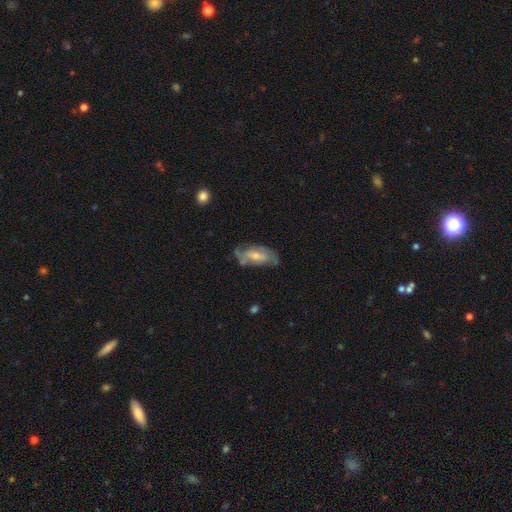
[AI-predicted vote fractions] This is likely a featured or disk galaxy (65%). It is clearly not viewed edge-on (88%). Bar: possibly no (50%). Spiral arm pattern: likely yes (77%). Central bulge: possibly small (49%). Merging: likely none (64%).